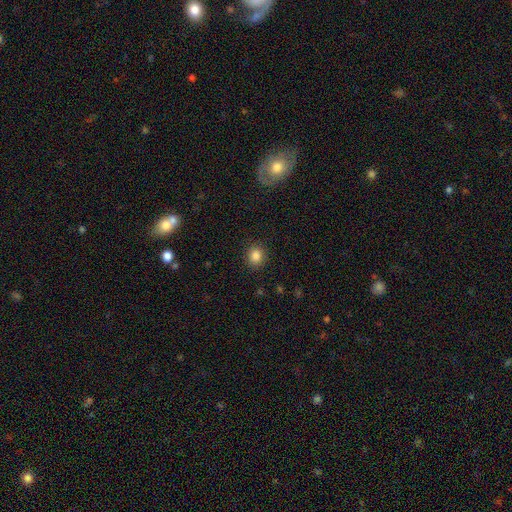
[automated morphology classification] A smooth galaxy with no disk features (85%) that is round (76%).

Vote fractions:
- Smooth or featured? smooth: 85% / star or artifact: 11% / featured or disk: 4%
- How rounded? round: 76% / in between: 23% / cigar-shaped: 1%
- Merging? none: 90% / minor disturbance: 7% / major disturbance: 2% / merger: 1%